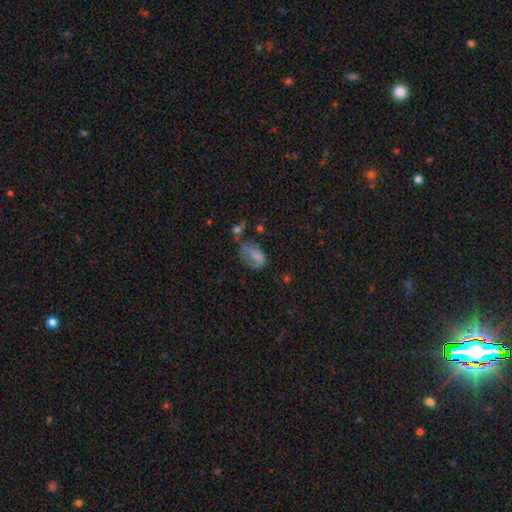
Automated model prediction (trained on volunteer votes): A smooth galaxy with no disk features (64%) that is in between round and cigar-shaped (82%).

Vote fractions:
- Smooth or featured? smooth: 64% / featured or disk: 24% / star or artifact: 11%
- How rounded? in between: 82% / round: 16% / cigar-shaped: 2%
- Merging? major disturbance: 33% / minor disturbance: 30% / none: 29% / merger: 8%